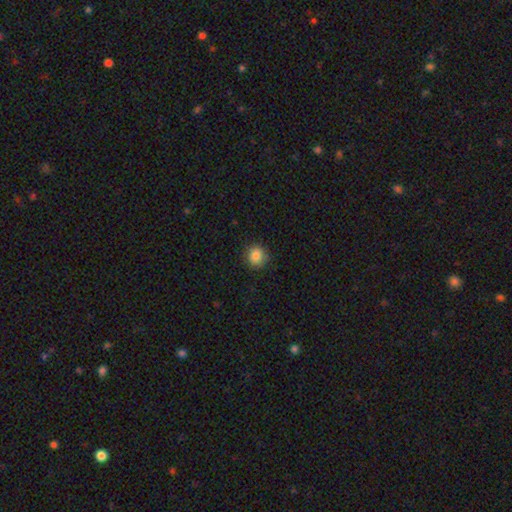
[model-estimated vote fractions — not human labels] A smooth galaxy with no disk features (85%) that is round (87%).

Vote fractions:
- Smooth or featured? smooth: 85% / star or artifact: 10% / featured or disk: 5%
- How rounded? round: 87% / in between: 12% / cigar-shaped: 1%
- Merging? none: 87% / minor disturbance: 9% / major disturbance: 2% / merger: 1%